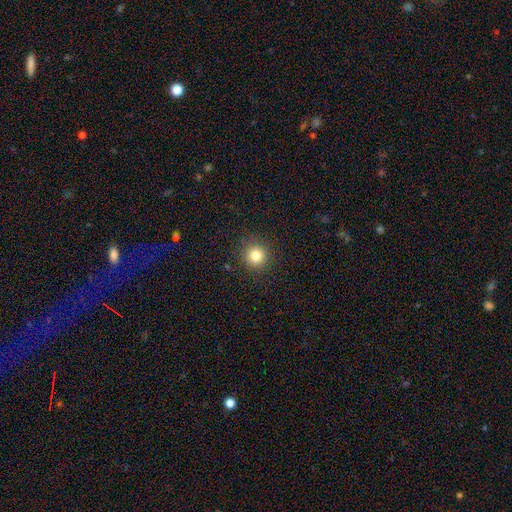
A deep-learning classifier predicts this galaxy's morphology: A smooth galaxy with no disk features (82%) that is round (94%).

Vote fractions:
- Smooth or featured? smooth: 82% / star or artifact: 12% / featured or disk: 6%
- How rounded? round: 94% / in between: 5% / cigar-shaped: 1%
- Merging? none: 91% / minor disturbance: 6% / major disturbance: 2% / merger: 1%